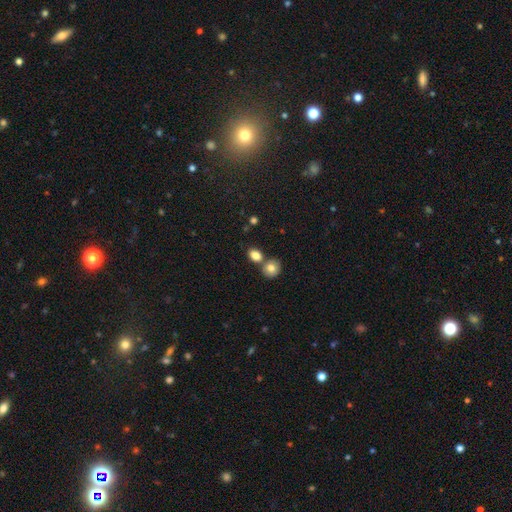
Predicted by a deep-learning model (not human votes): Smooth or featured?
  - smooth: 83% *
  - star or artifact: 10%
  - featured or disk: 8%
How rounded?
  - in between: 62% *
  - round: 37%
  - cigar-shaped: 2%
Merging?
  - none: 54% *
  - merger: 32%
  - minor disturbance: 10%
  - major disturbance: 3%